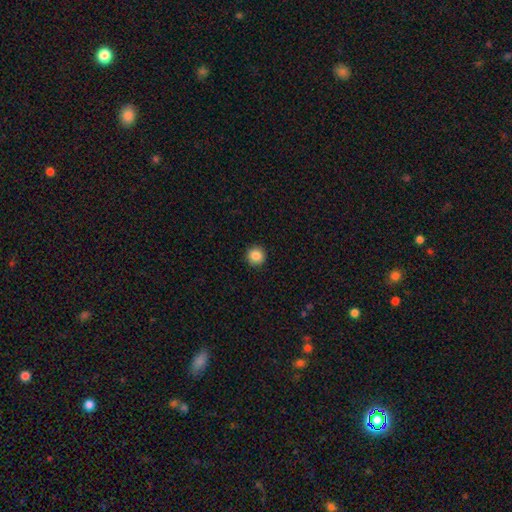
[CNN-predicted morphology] This is clearly a smooth galaxy (87%). How rounded: clearly round (95%). Merging: clearly none (93%).